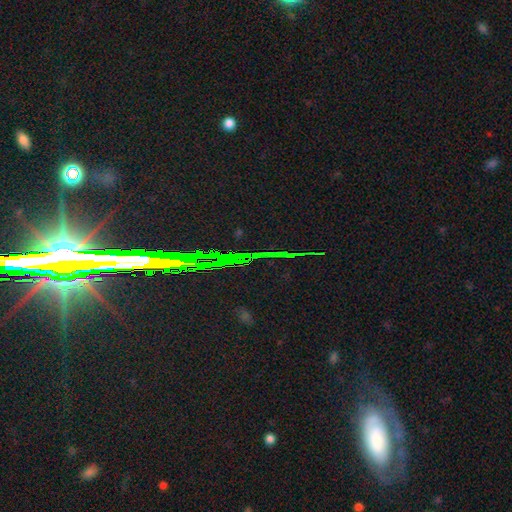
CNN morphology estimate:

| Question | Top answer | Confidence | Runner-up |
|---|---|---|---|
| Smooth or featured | star or artifact | 73% | featured or disk (17%) |